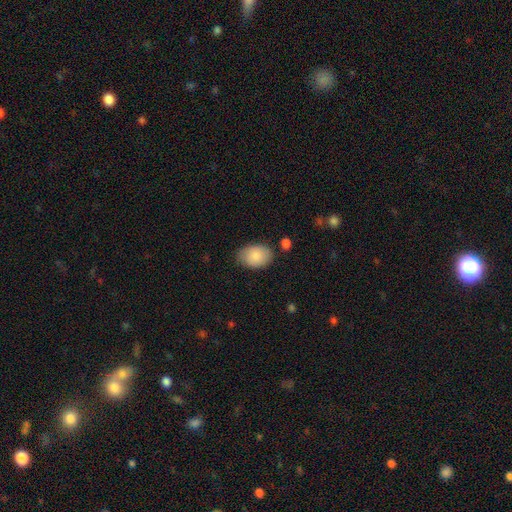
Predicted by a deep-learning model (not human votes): Smooth or featured? smooth (86%)
How rounded? in between (86%)
Merging? none (76%)